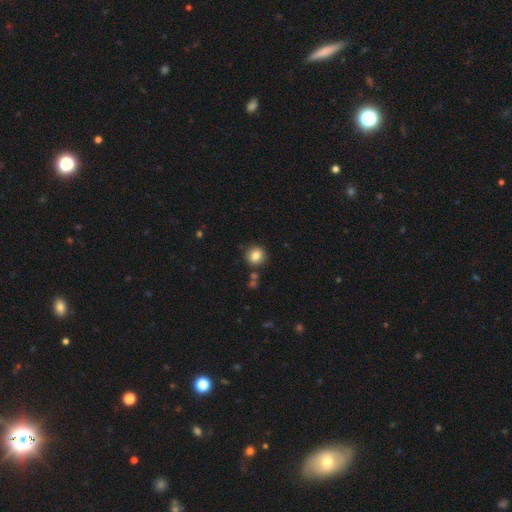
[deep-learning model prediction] smooth 83%, star or artifact 10%, featured or disk 6%. Down the decision tree: how rounded — round (86%); merging — none (83%).